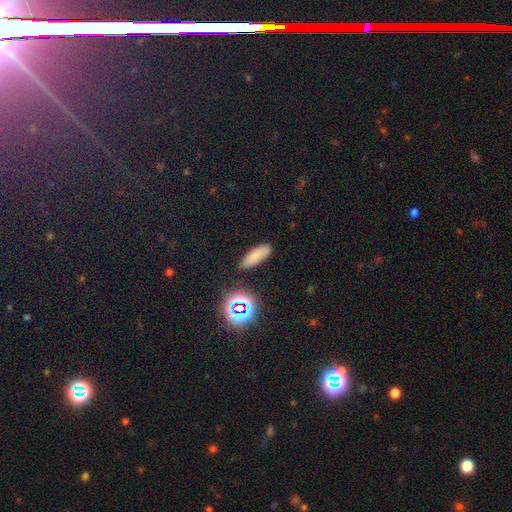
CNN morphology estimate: Smooth or featured? Predicted: smooth (p=0.75). How rounded? Predicted: in between (p=0.58). Merging? Predicted: none (p=0.80).